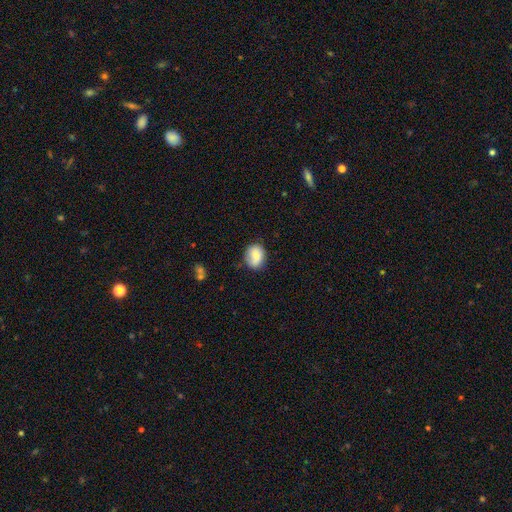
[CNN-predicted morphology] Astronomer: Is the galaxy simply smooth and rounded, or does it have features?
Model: smooth — 80%.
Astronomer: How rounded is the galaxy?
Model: round — 50% (runner-up: in between, 49%).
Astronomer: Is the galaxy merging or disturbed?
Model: none — 72%.